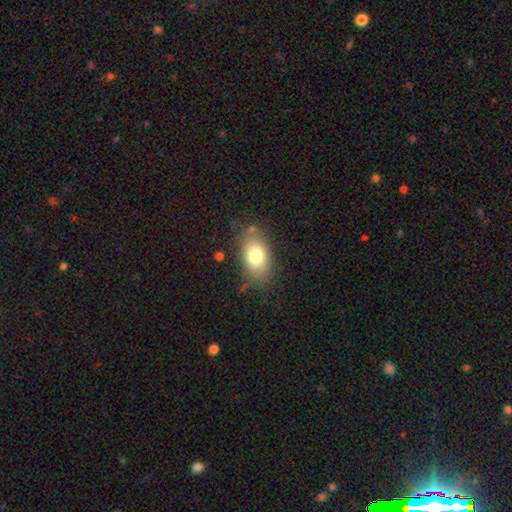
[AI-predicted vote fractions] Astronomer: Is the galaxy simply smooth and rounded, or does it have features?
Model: smooth — 78%.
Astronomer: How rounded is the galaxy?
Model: in between — 89%.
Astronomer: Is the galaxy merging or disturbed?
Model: none — 77%.